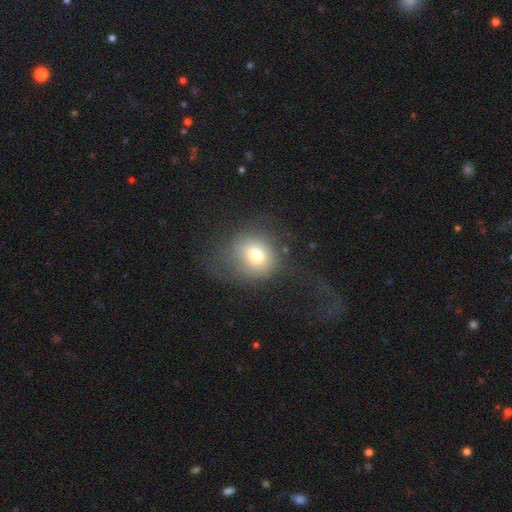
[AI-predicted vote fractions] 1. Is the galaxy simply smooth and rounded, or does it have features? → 70% smooth, 16% featured or disk, 14% star or artifact.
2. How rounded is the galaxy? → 79% round, 20% in between, 1% cigar-shaped.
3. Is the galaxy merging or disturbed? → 58% none, 21% major disturbance, 19% minor disturbance, 2% merger.